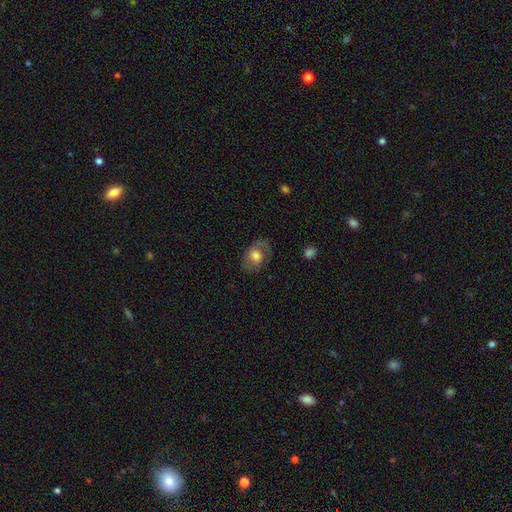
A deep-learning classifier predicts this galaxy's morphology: smooth-or-featured: smooth: 54% | featured or disk: 37% | star or artifact: 8%
  how-rounded: in between: 63% | round: 36% | cigar-shaped: 1%
  merging: none: 68% | minor disturbance: 19% | major disturbance: 11% | merger: 2%